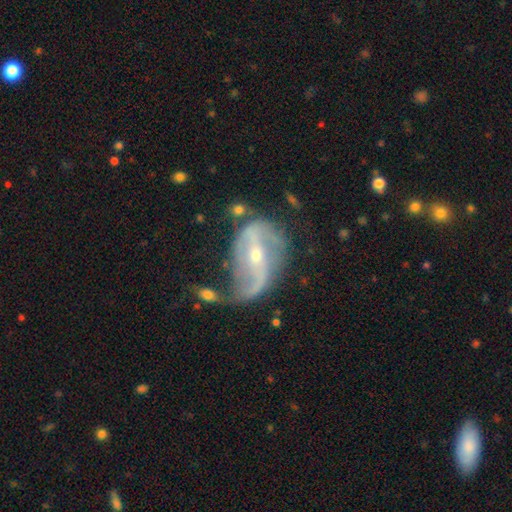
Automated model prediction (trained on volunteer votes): smooth-or-featured: featured or disk: 85% | smooth: 8% | star or artifact: 7%
  disk-edge-on: no: 95% | yes: 5%
    bar: strong: 49% | weak: 32% | no: 19%
    has-spiral-arms: yes: 89% | no: 11%
      spiral-winding: loose: 59% | medium: 29% | tight: 12%
      spiral-arm-count: 2: 75% | 1: 11% | can't tell: 9% | 3: 2% | 4: 1% | more than 4: 1%
    bulge-size: small: 61% | moderate: 36% | large: 1% | none: 1% | dominant: 1%
  merging: none: 37% | minor disturbance: 27% | major disturbance: 26% | merger: 10%